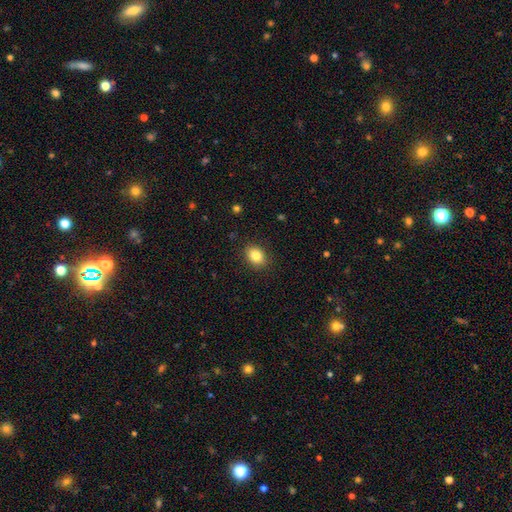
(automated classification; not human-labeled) Smooth or featured? smooth (84%)
How rounded? in between (60%)
Merging? none (88%)